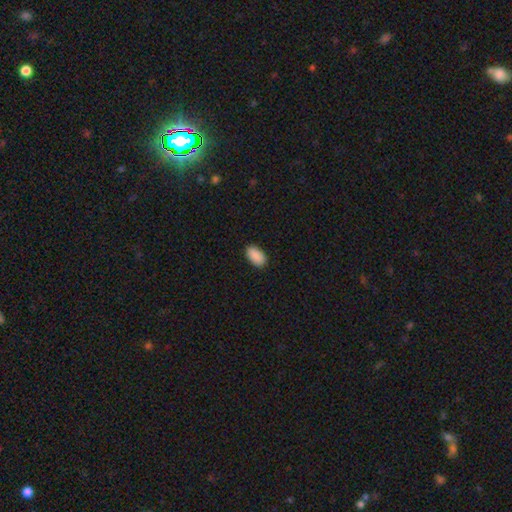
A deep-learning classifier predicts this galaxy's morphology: smooth-or-featured: smooth: 91% | star or artifact: 7% | featured or disk: 2%
  how-rounded: in between: 94% | round: 5% | cigar-shaped: 2%
  merging: none: 88% | minor disturbance: 9% | major disturbance: 2% | merger: 1%